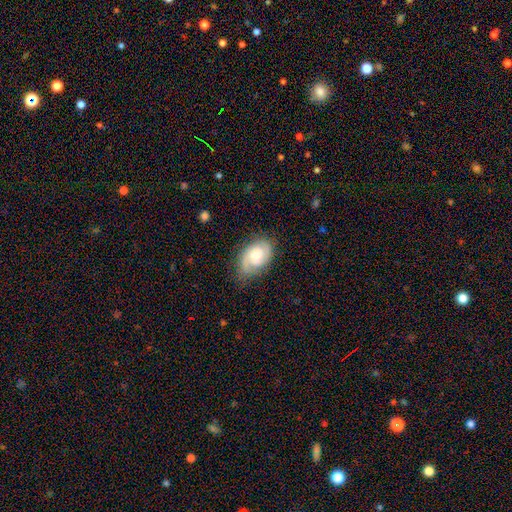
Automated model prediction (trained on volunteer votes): smooth-or-featured: featured or disk: 70% | smooth: 24% | star or artifact: 6%
  disk-edge-on: no: 96% | yes: 4%
    bar: no: 63% | weak: 33% | strong: 4%
    has-spiral-arms: yes: 93% | no: 7%
      spiral-winding: medium: 44% | tight: 41% | loose: 15%
      spiral-arm-count: 2: 68% | can't tell: 13% | 1: 12% | 3: 5% | 4: 1% | more than 4: 1%
    bulge-size: moderate: 56% | small: 31% | large: 9% | none: 3% | dominant: 1%
  merging: none: 69% | minor disturbance: 22% | major disturbance: 7% | merger: 1%